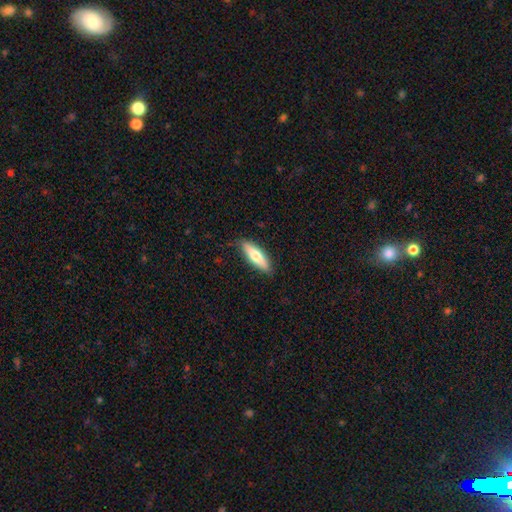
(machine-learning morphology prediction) Smooth or featured: smooth — 64% (featured or disk — 30%)
How rounded: cigar-shaped — 55% (in between — 43%)
Merging: none — 85% (minor disturbance — 12%)